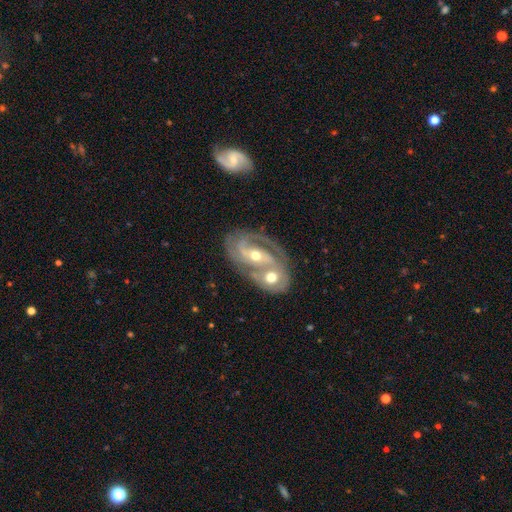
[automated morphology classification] The model was most divided on "merging": none: 43%, merger: 39%, minor disturbance: 12%, major disturbance: 7%. Remaining: edge-on disk — no (96%); spiral arms — yes (89%); smooth or featured — featured or disk (83%); spiral arm count — 2 (76%); bulge size — moderate (56%); spiral winding — medium (45%); bar — weak (40%).